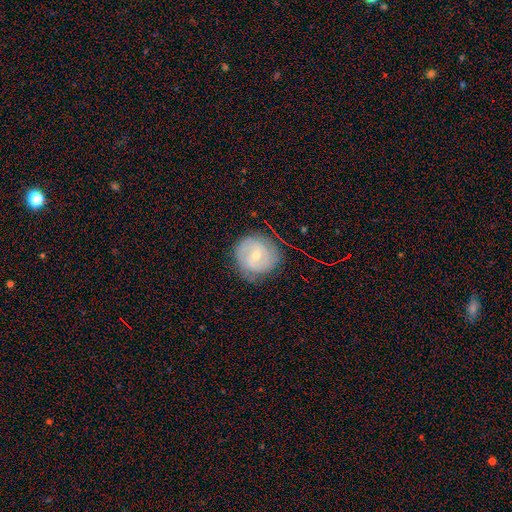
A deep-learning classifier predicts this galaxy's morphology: Q: Smooth or featured?
A: featured or disk (58%); runner-up: smooth (34%)
Q: Edge-on disk?
A: no (97%); runner-up: yes (3%)
Q: Bar?
A: no (54%); runner-up: weak (38%)
Q: Spiral arms?
A: yes (79%); runner-up: no (21%)
Q: Bulge size?
A: small (60%); runner-up: moderate (37%)
Q: Merging?
A: none (74%); runner-up: minor disturbance (18%)